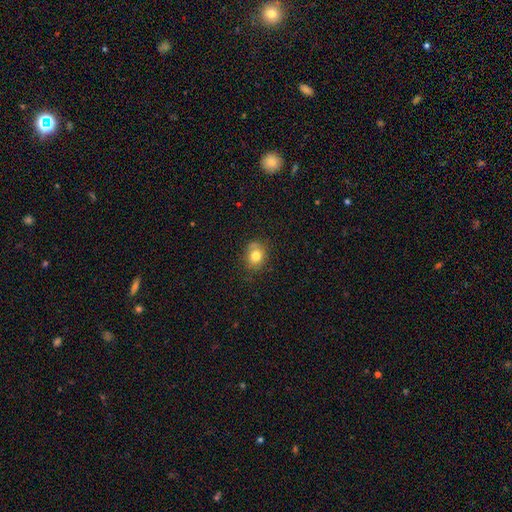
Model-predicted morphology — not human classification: smooth 78%, featured or disk 11%, star or artifact 11%. Down the decision tree: how rounded — round (62%); merging — none (74%).